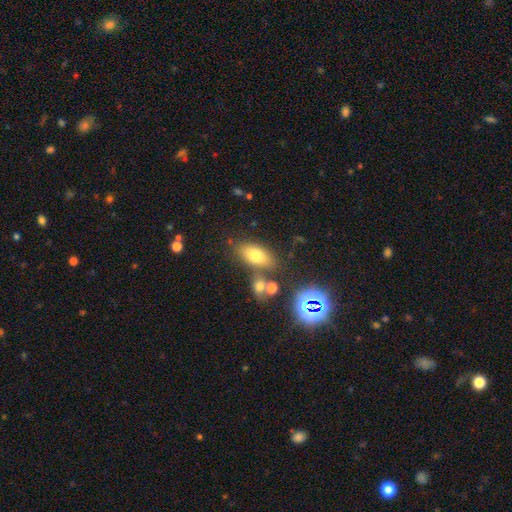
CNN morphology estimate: Smooth or featured? smooth (71%)
How rounded? in between (84%)
Merging? none (67%)